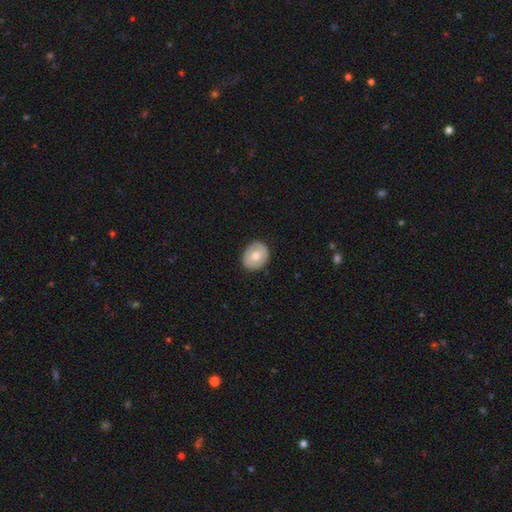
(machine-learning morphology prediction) A smooth galaxy with no disk features (60%) that is round (59%).

Vote fractions:
- Smooth or featured? smooth: 60% / featured or disk: 34% / star or artifact: 6%
- How rounded? round: 59% / in between: 40% / cigar-shaped: 1%
- Merging? none: 87% / minor disturbance: 10% / major disturbance: 2% / merger: 1%